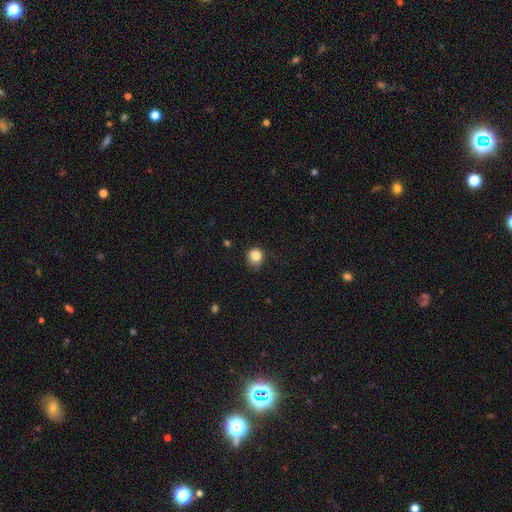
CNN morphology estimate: type=smooth (85%); roundness=round (85%); merging=none (69%).